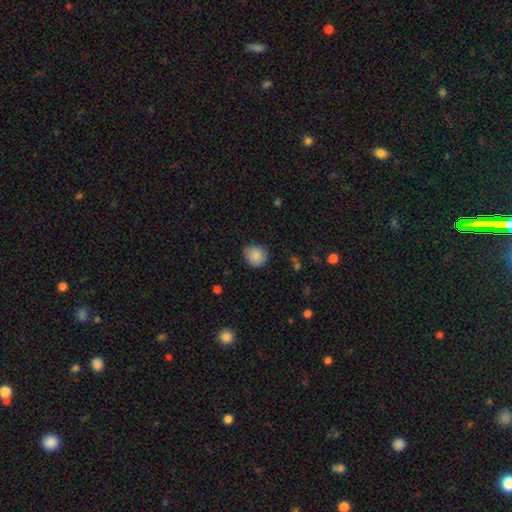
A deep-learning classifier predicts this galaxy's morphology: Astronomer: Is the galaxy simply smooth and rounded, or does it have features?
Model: smooth — 86%.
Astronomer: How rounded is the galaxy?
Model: round — 79%.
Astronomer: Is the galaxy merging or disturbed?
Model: none — 78%.